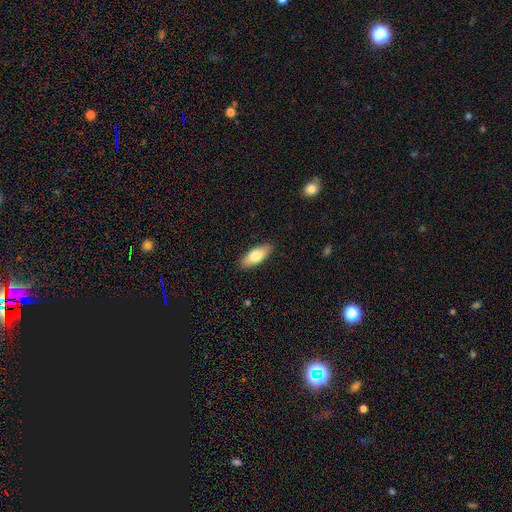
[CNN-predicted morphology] smooth-or-featured: smooth: 77% | featured or disk: 18% | star or artifact: 6%
  how-rounded: in between: 78% | cigar-shaped: 20% | round: 2%
  merging: none: 88% | minor disturbance: 9% | major disturbance: 2% | merger: 1%